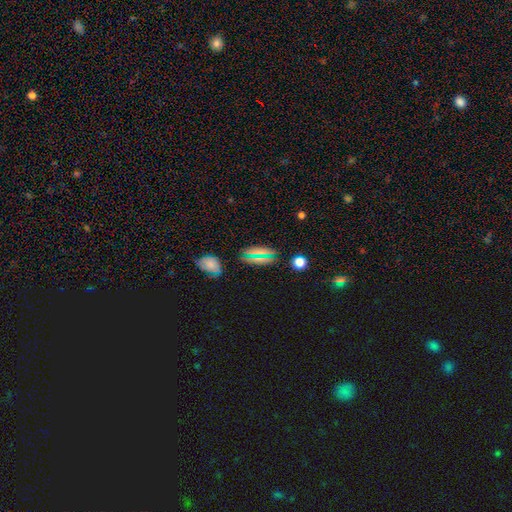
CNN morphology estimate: The model was most divided on "smooth or featured": smooth: 50%, star or artifact: 29%, featured or disk: 21%. More confident: merging — none (79%).